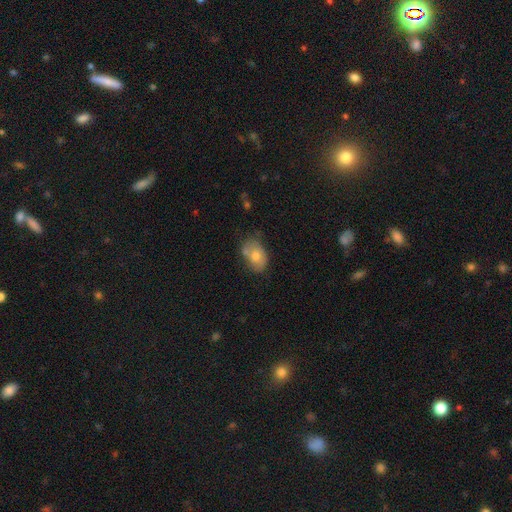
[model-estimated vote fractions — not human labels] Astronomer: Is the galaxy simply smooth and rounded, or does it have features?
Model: smooth — 66%.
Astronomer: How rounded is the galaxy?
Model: in between — 81%.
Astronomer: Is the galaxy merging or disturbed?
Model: none — 54%.